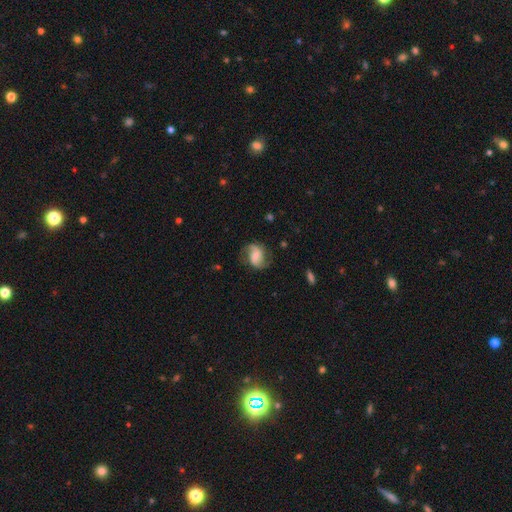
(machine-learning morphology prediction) A featured or disk galaxy (76%) with a weak bar (43%), 2 (90%) medium (44%) spiral arms (95%) and a small central bulge (36%). Merging: none (73%).